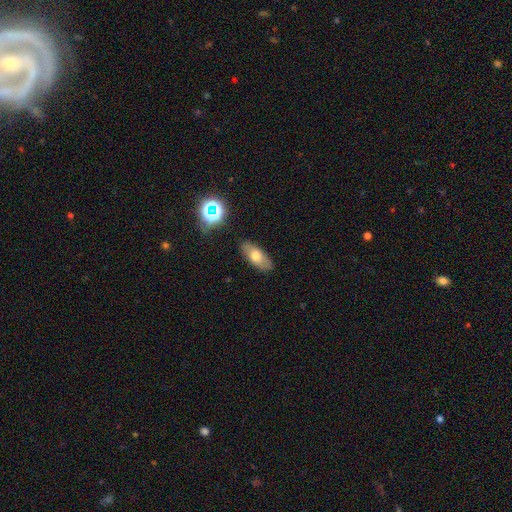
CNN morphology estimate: smooth_or_featured: smooth (p=0.65) [alt: featured or disk p=0.26]
how_rounded: in between (p=0.84) [alt: cigar-shaped p=0.12]
merging: none (p=0.85) [alt: minor disturbance p=0.11]